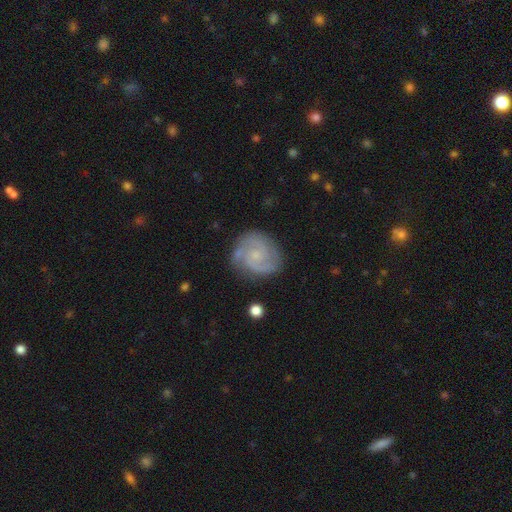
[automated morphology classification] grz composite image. It shows a featured or disk galaxy (83%) with no bar (64%), 2 (74%) medium (46%) spiral arms (97%) and a small central bulge (67%). Merging: none (78%).